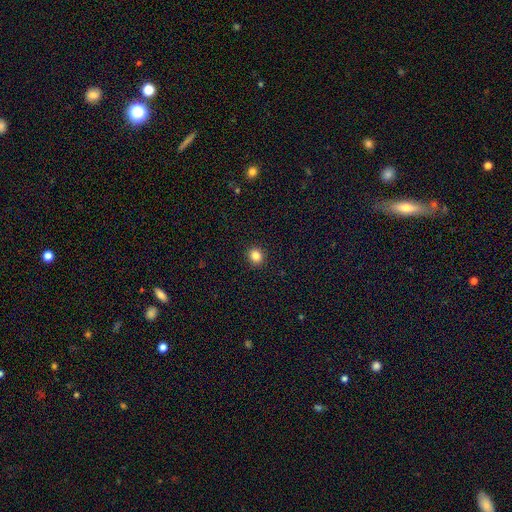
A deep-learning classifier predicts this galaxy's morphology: smooth-or-featured: smooth: 84% | star or artifact: 11% | featured or disk: 5%
  how-rounded: round: 84% | in between: 15% | cigar-shaped: 1%
  merging: none: 92% | minor disturbance: 5% | major disturbance: 2% | merger: 1%